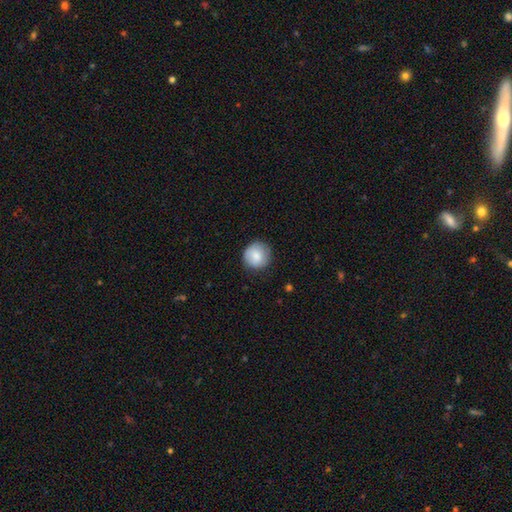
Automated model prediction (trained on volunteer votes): Overall: smooth (82%). How rounded: round (93%). Merging: none (84%).